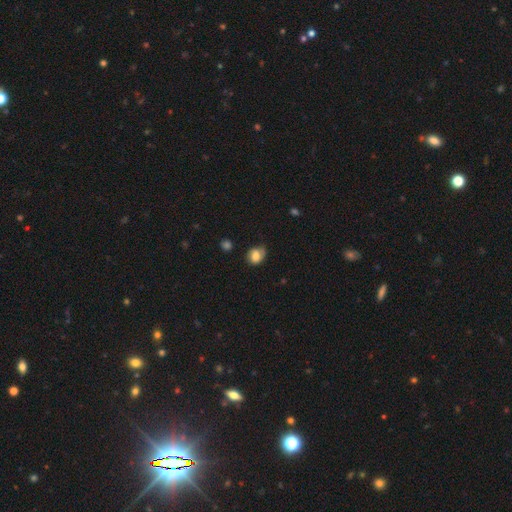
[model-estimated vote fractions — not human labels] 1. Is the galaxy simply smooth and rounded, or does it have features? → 77% smooth, 14% featured or disk, 9% star or artifact.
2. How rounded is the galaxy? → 52% round, 47% in between, 1% cigar-shaped.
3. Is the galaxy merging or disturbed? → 57% none, 32% minor disturbance, 8% major disturbance, 2% merger.